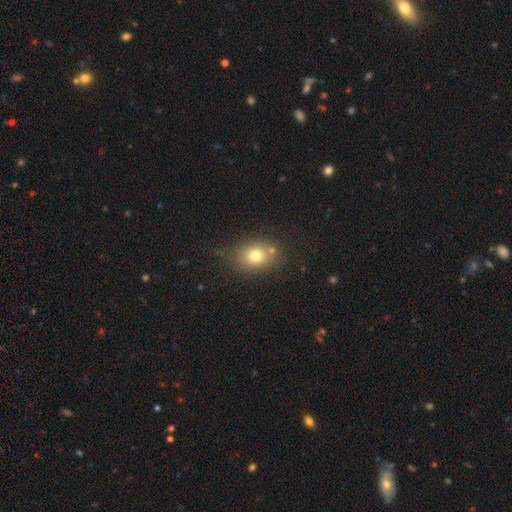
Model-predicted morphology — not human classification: A smooth galaxy with no disk features (75%) that is in between round and cigar-shaped (54%). Merging: none (75%).